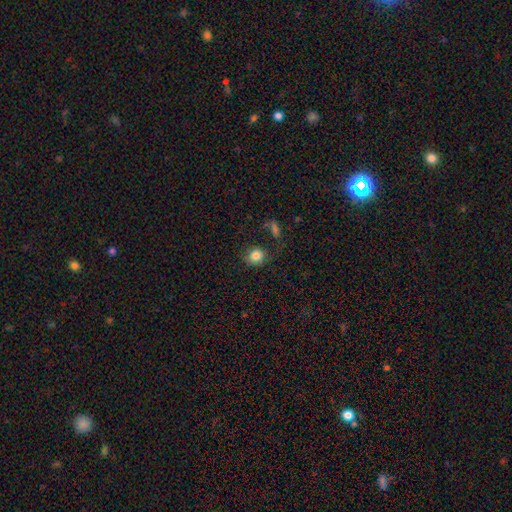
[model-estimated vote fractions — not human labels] A smooth galaxy with no disk features (83%) that is round (75%). Merging: none (72%).